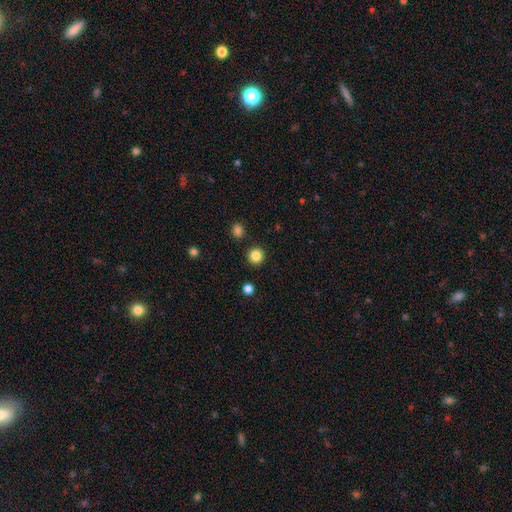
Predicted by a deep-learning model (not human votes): The model was most divided on "smooth or featured": smooth: 85%, star or artifact: 11%, featured or disk: 4%. More confident: how rounded — round (94%); merging — none (91%).